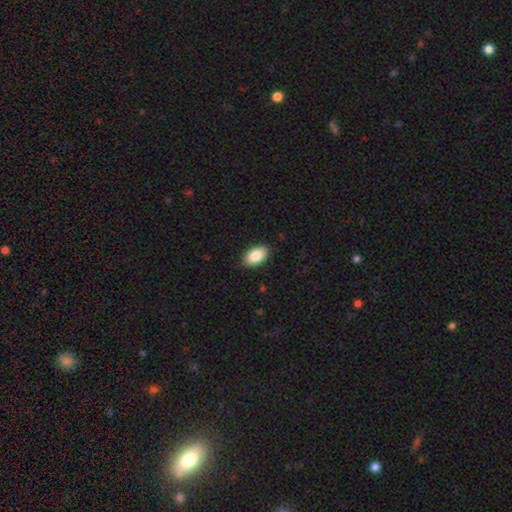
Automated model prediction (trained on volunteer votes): Q: Smooth or featured?
A: smooth (86%); runner-up: featured or disk (8%)
Q: How rounded?
A: in between (94%); runner-up: round (5%)
Q: Merging?
A: none (88%); runner-up: minor disturbance (9%)